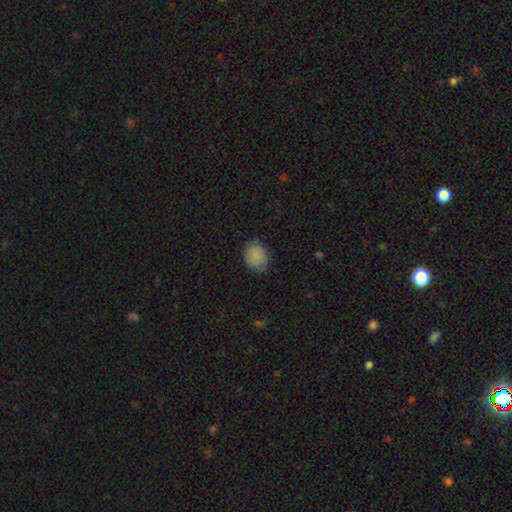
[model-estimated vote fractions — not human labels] Smooth or featured: smooth — 84% (star or artifact — 8%)
How rounded: in between — 51% (round — 48%)
Merging: none — 81% (minor disturbance — 15%)